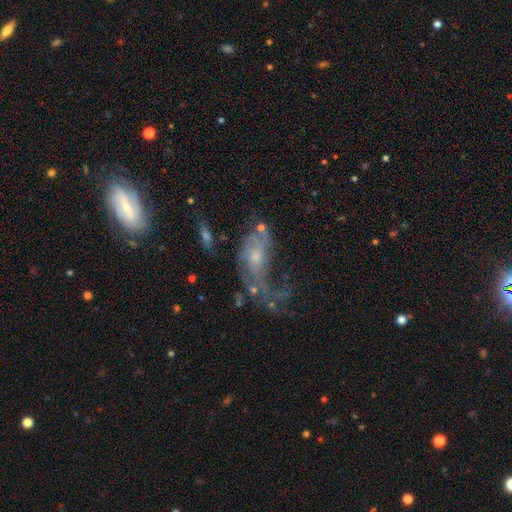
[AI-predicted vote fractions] This is likely a featured or disk galaxy (69%). It is clearly not viewed edge-on (93%). Bar: likely no (70%). Spiral arm pattern: likely yes (68%). Central bulge: possibly small (49%). Merging: possibly major disturbance (48%).